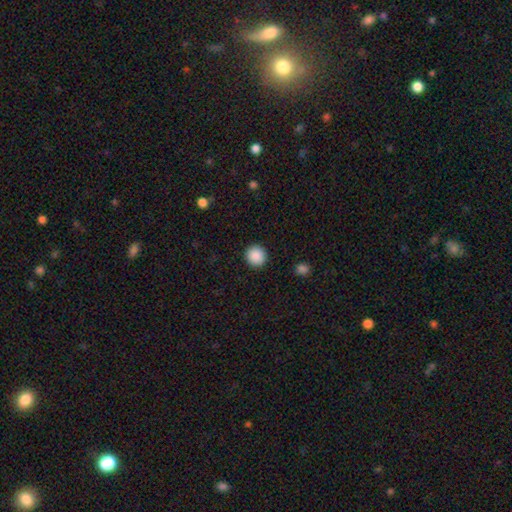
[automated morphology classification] Overall: smooth (89%). How rounded: round (93%). Merging: none (93%).